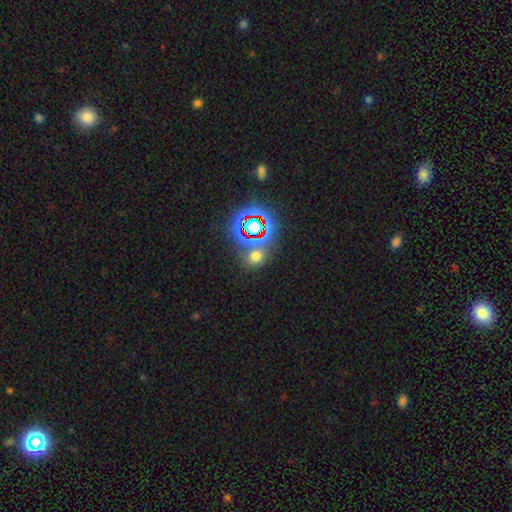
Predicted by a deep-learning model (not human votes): smooth 51%, star or artifact 41%, featured or disk 8%. Down the decision tree: how rounded — round (70%); merging — none (67%).